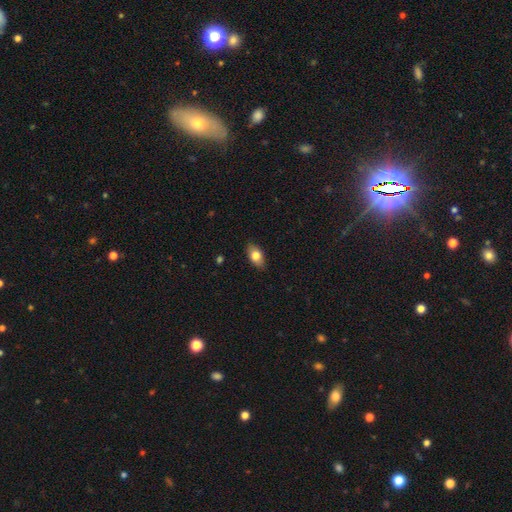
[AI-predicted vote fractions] Overall: smooth (77%). How rounded: in between (89%). Merging: none (87%).